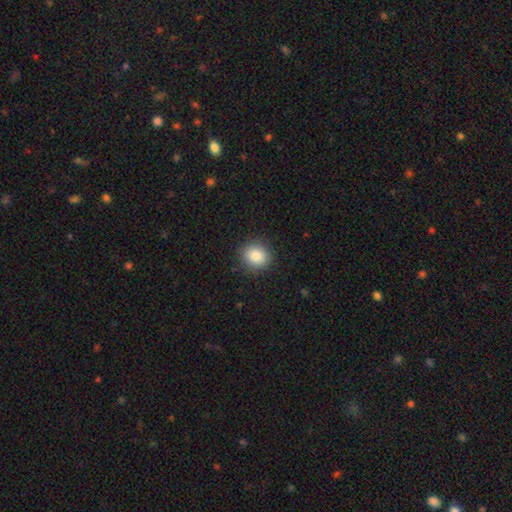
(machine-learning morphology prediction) smooth 88%, star or artifact 9%, featured or disk 4%. Down the decision tree: how rounded — round (81%); merging — none (89%).